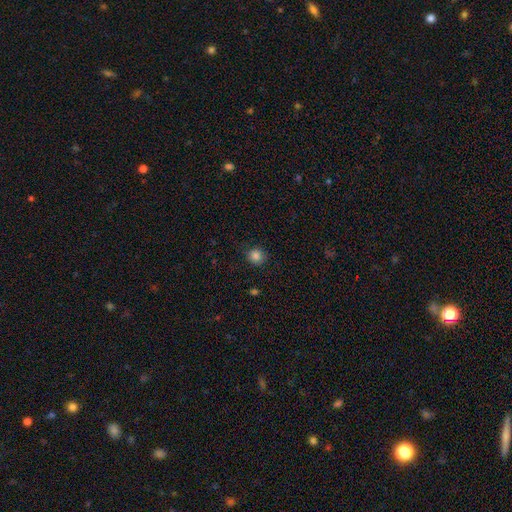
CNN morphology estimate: smooth 85%, star or artifact 12%, featured or disk 4%. Down the decision tree: how rounded — round (89%); merging — none (85%).